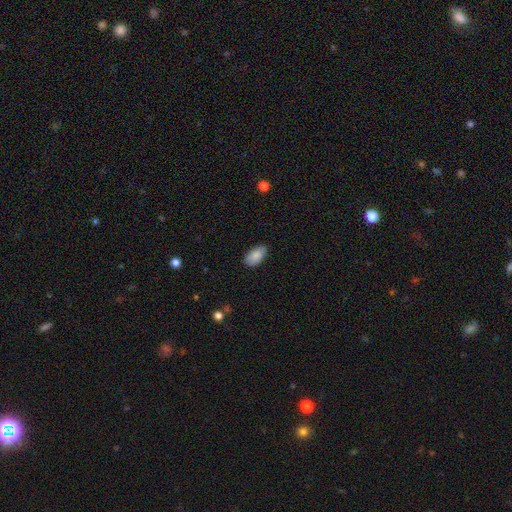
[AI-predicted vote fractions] Smooth or featured? Predicted: smooth (p=0.88). How rounded? Predicted: in between (p=0.94). Merging? Predicted: none (p=0.84).